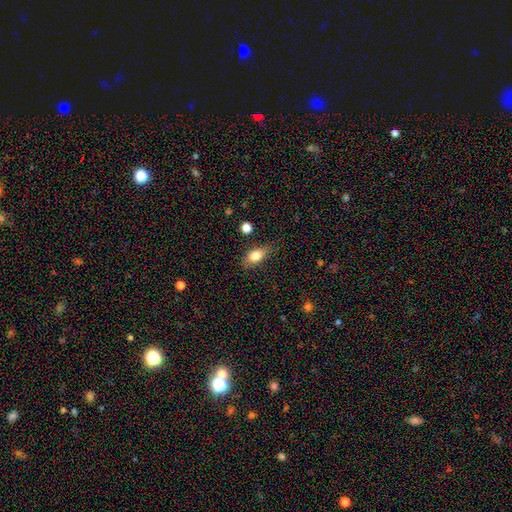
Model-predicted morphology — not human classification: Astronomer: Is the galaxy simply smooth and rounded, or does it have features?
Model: smooth — 78%.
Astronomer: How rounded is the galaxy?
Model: in between — 80%.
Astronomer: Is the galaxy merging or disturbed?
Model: none — 76%.